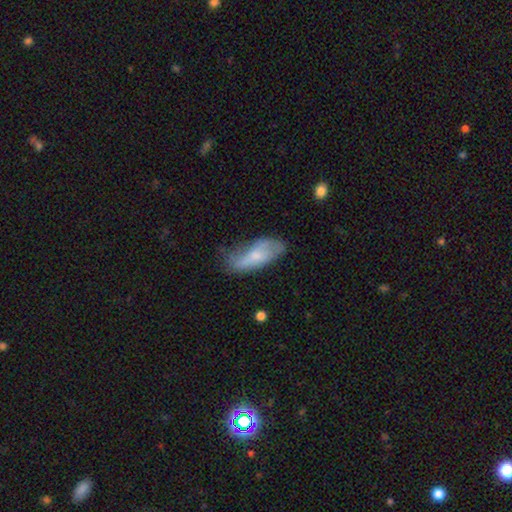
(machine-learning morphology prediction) Overall: smooth (60%; featured or disk 33%). How rounded: in between (77%). Merging: none (46%; minor disturbance 35%).